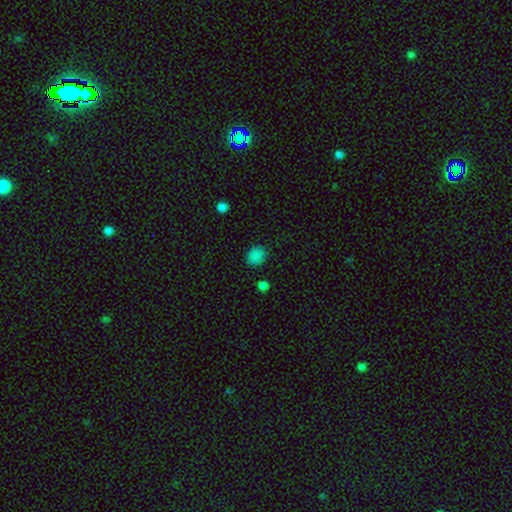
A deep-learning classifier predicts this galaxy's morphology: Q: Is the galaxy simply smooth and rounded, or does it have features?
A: smooth — 85%.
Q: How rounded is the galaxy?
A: round — 66%.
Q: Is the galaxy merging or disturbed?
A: none — 86%.